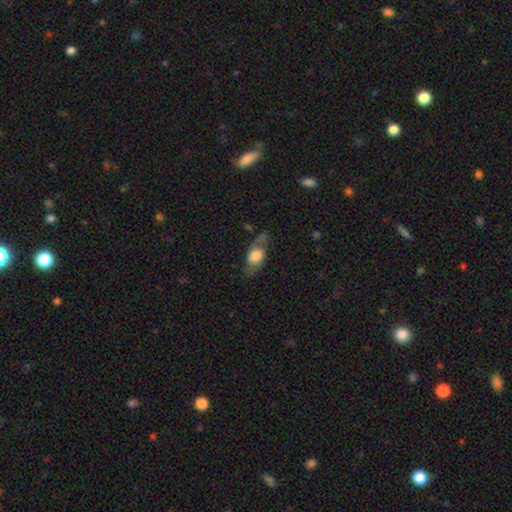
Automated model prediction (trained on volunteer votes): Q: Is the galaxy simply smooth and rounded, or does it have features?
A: smooth — 47%.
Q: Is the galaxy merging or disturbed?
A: none — 65%.